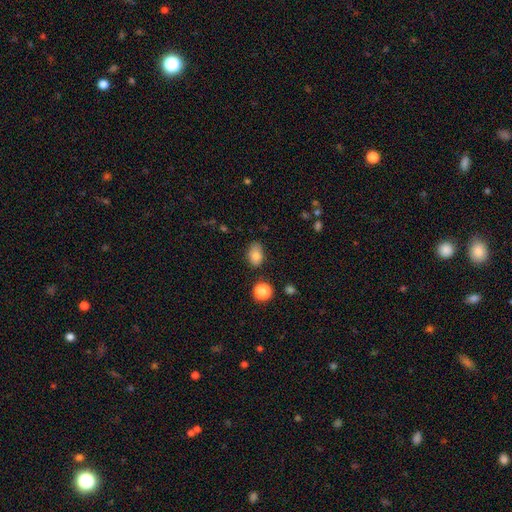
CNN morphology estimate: Smooth or featured?
  - smooth: 82% *
  - star or artifact: 11%
  - featured or disk: 7%
How rounded?
  - in between: 82% *
  - round: 17%
  - cigar-shaped: 1%
Merging?
  - none: 70% *
  - minor disturbance: 22%
  - major disturbance: 5%
  - merger: 3%